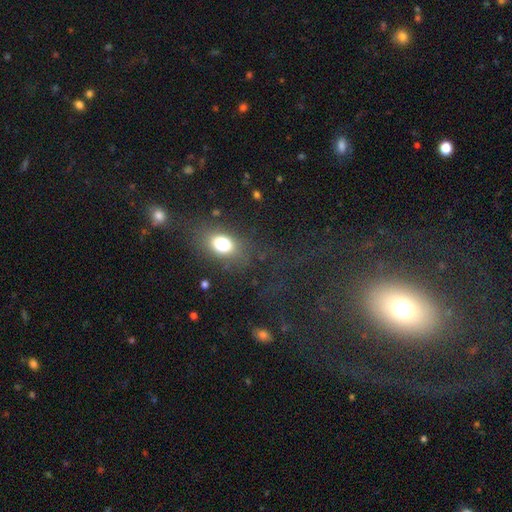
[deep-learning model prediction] This is possibly a smooth galaxy (47%). Merging: likely none (68%).